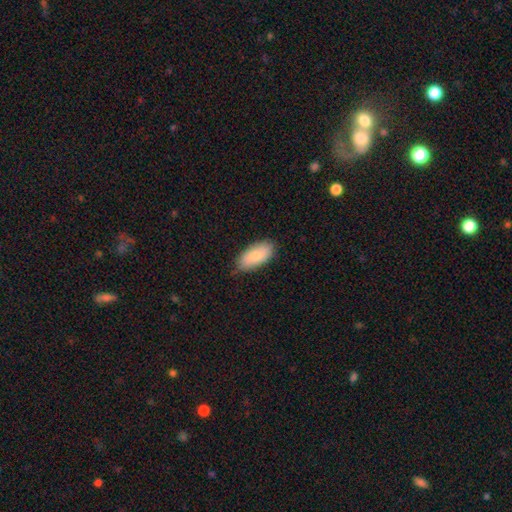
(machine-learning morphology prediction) The model was most divided on "merging": none: 79%, minor disturbance: 17%, major disturbance: 3%, merger: 1%. More confident: how rounded — in between (91%); smooth or featured — smooth (82%).